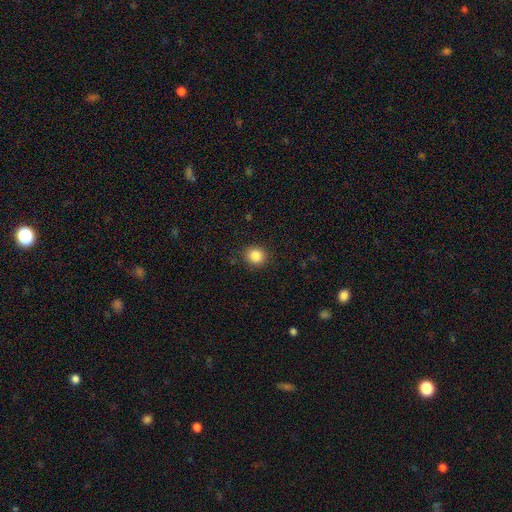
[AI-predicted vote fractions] A smooth galaxy with no disk features (86%) that is round (87%).

Vote fractions:
- Smooth or featured? smooth: 86% / star or artifact: 10% / featured or disk: 4%
- How rounded? round: 87% / in between: 12% / cigar-shaped: 1%
- Merging? none: 89% / minor disturbance: 8% / major disturbance: 2% / merger: 1%